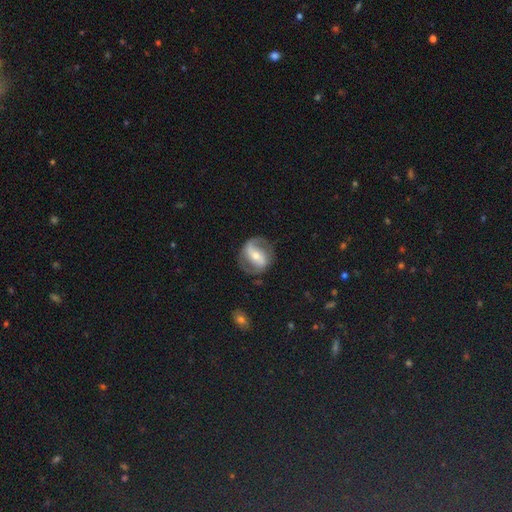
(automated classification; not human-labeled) Smooth or featured? featured or disk (79%)
Edge-on disk? no (96%)
Bar? strong (53%)
Spiral arms? yes (87%)
Spiral winding? medium (44%)
Spiral arm count? 2 (85%)
Bulge size? moderate (50%)
Merging? none (75%)